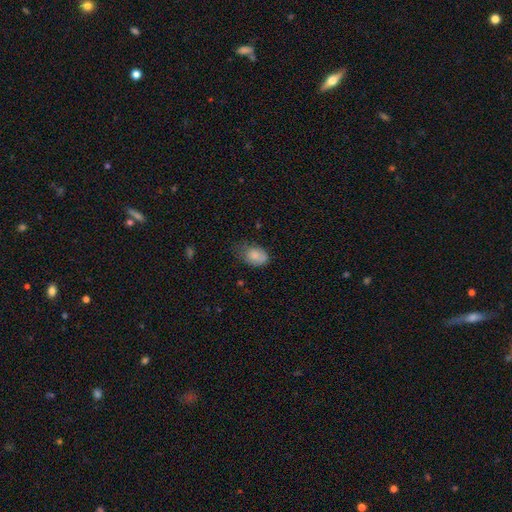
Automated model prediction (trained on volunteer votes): Smooth or featured?
  - smooth: 81% *
  - featured or disk: 12%
  - star or artifact: 8%
How rounded?
  - in between: 80% *
  - round: 19%
  - cigar-shaped: 1%
Merging?
  - none: 46% *
  - minor disturbance: 38%
  - major disturbance: 14%
  - merger: 2%